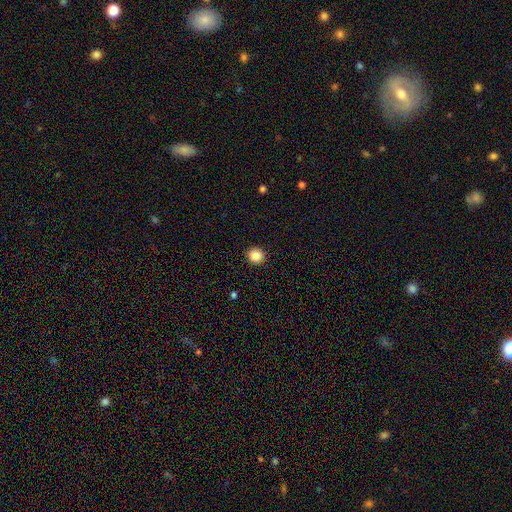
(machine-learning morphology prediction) Smooth or featured? Predicted: smooth (p=0.87). How rounded? Predicted: round (p=0.92). Merging? Predicted: none (p=0.92).